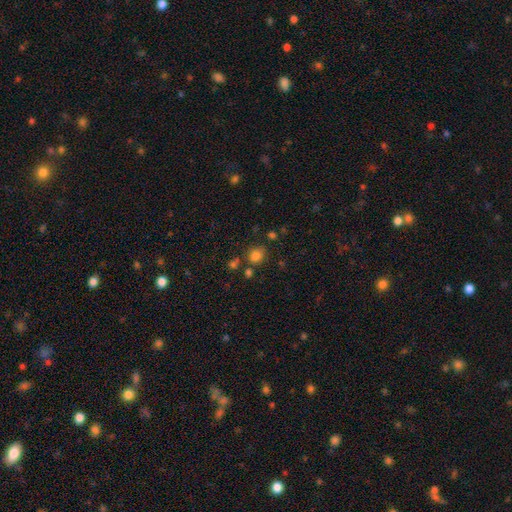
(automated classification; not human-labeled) This is likely a smooth galaxy (79%). How rounded: likely round (68%). Merging: likely none (72%).